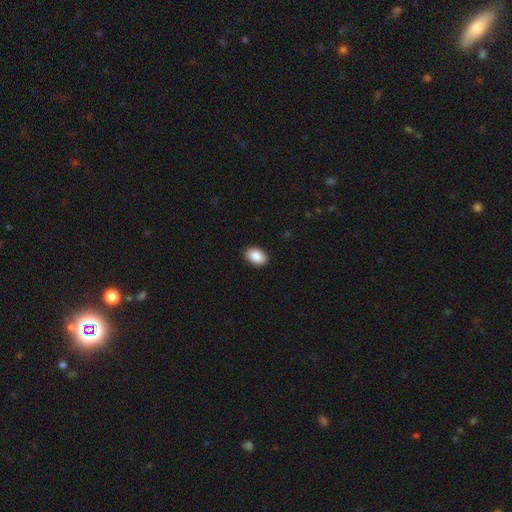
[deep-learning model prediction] The model was most divided on "how rounded": in between: 88%, round: 11%, cigar-shaped: 1%. More confident: merging — none (90%); smooth or featured — smooth (88%).